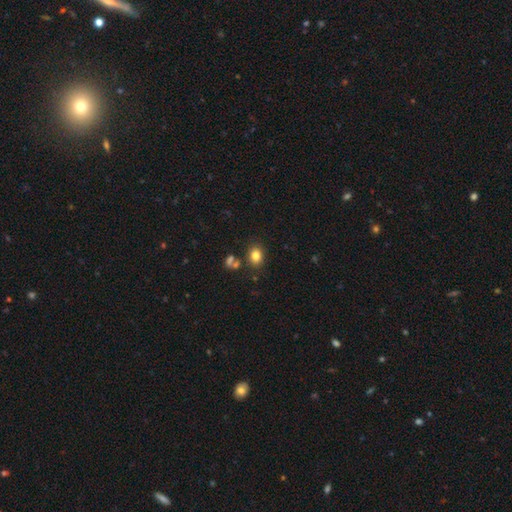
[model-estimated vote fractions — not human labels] A smooth galaxy with no disk features (80%) that is in between round and cigar-shaped (53%).

Vote fractions:
- Smooth or featured? smooth: 80% / star or artifact: 12% / featured or disk: 7%
- How rounded? in between: 53% / round: 46% / cigar-shaped: 1%
- Merging? none: 80% / minor disturbance: 10% / merger: 6% / major disturbance: 3%